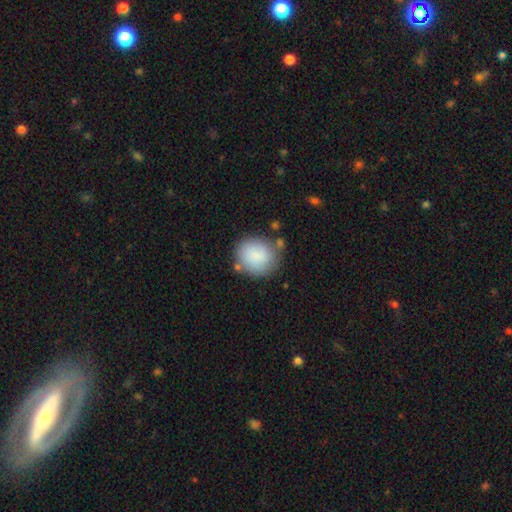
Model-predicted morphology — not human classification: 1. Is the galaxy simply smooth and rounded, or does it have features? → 85% smooth, 8% featured or disk, 7% star or artifact.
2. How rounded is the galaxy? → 83% round, 16% in between, 1% cigar-shaped.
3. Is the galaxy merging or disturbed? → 69% none, 17% minor disturbance, 8% merger, 6% major disturbance.